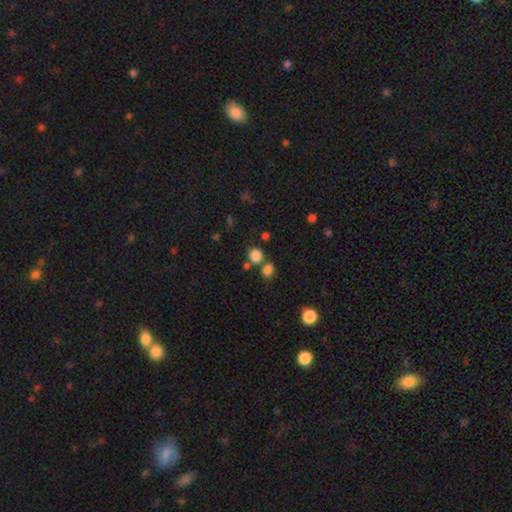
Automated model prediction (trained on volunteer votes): This appears to be a smooth galaxy with no disk features (82%) that is round (79%). Merging: none (62%).